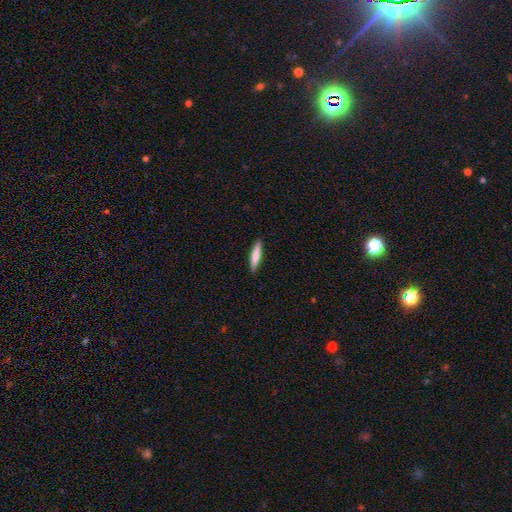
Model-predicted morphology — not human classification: smooth-or-featured: smooth: 78% | featured or disk: 17% | star or artifact: 5%
  how-rounded: cigar-shaped: 87% | in between: 12% | round: 1%
  merging: none: 90% | minor disturbance: 8% | major disturbance: 2% | merger: 1%